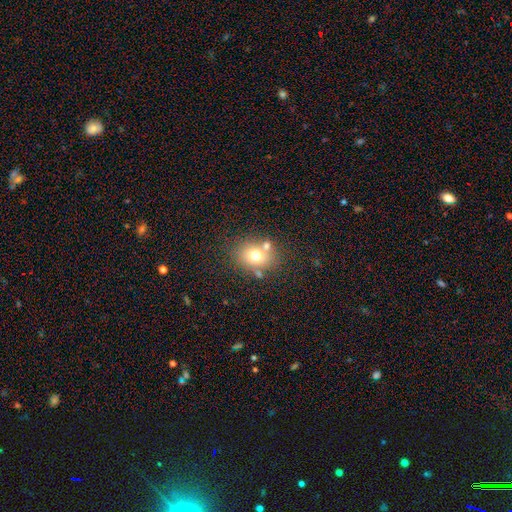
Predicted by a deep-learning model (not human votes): Overall: smooth (69%). How rounded: round (57%; in between 42%). Merging: none (66%).